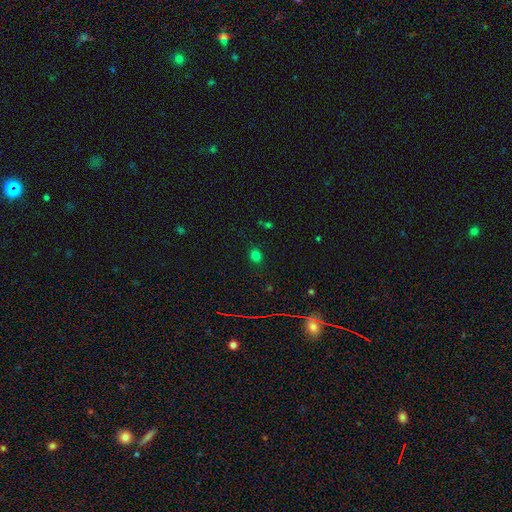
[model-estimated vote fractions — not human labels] A smooth galaxy with no disk features (74%) that is round (66%).

Vote fractions:
- Smooth or featured? smooth: 74% / star or artifact: 21% / featured or disk: 5%
- How rounded? round: 66% / in between: 32% / cigar-shaped: 1%
- Merging? none: 86% / minor disturbance: 9% / major disturbance: 3% / merger: 2%